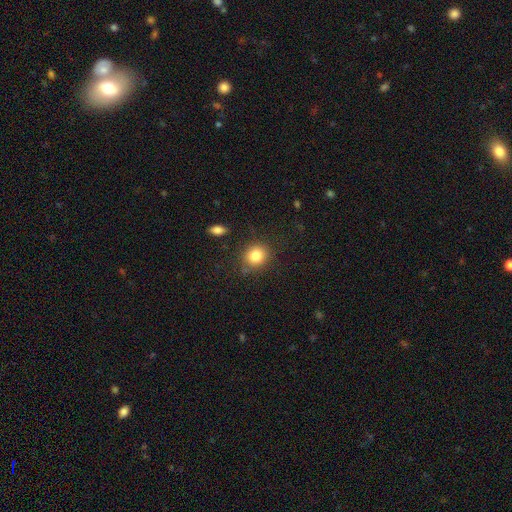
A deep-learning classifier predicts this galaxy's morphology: type=smooth (82%); roundness=round (80%); merging=none (83%).